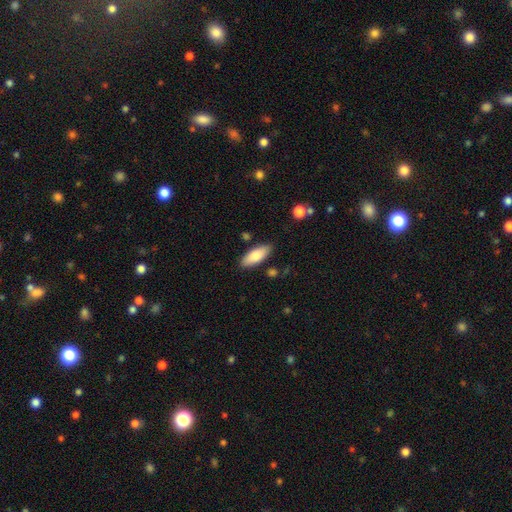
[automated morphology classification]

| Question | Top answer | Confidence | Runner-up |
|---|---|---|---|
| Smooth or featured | smooth | 80% | featured or disk (14%) |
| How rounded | in between | 76% | cigar-shaped (22%) |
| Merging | none | 85% | minor disturbance (11%) |